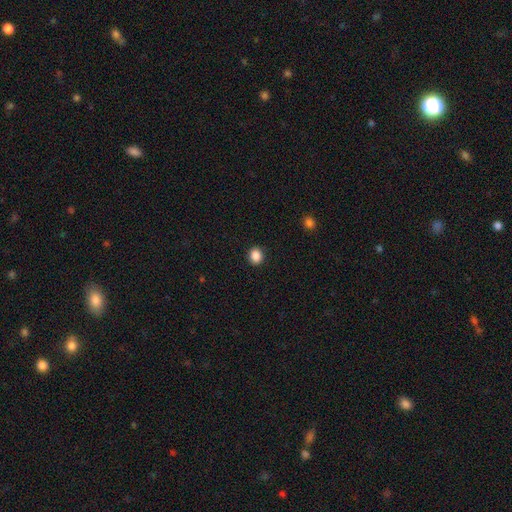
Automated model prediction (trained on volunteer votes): Smooth or featured: smooth — 88% (star or artifact — 9%)
How rounded: round — 77% (in between — 22%)
Merging: none — 92% (minor disturbance — 5%)